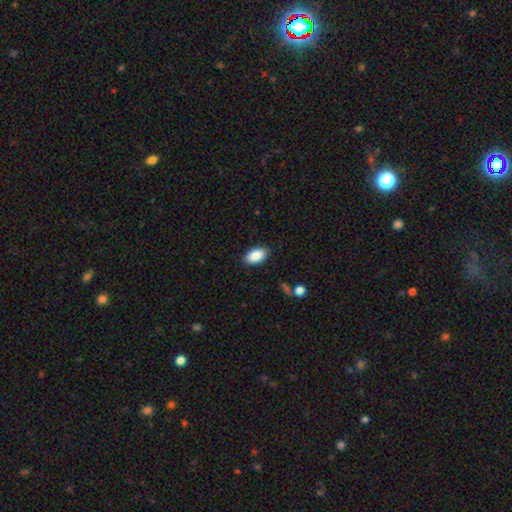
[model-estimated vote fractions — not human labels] Smooth or featured? smooth (88%)
How rounded? in between (94%)
Merging? none (87%)